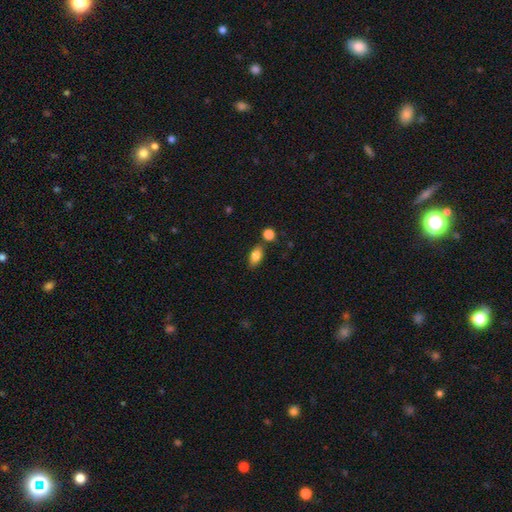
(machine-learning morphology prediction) smooth_or_featured: smooth (p=0.83) [alt: featured or disk p=0.09]
how_rounded: in between (p=0.88) [alt: round p=0.08]
merging: none (p=0.75) [alt: minor disturbance p=0.12]